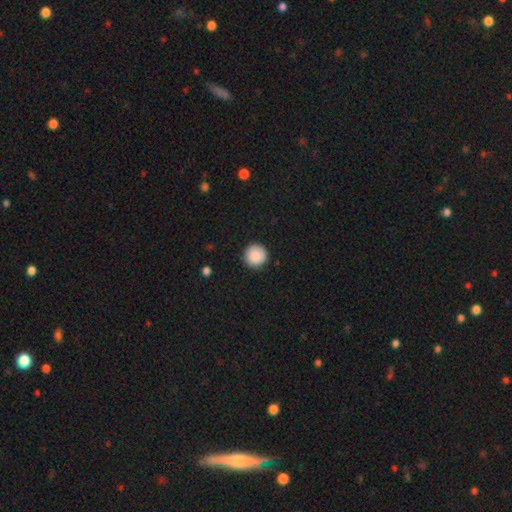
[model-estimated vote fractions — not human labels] smooth-or-featured: smooth: 89% | star or artifact: 8% | featured or disk: 3%
  how-rounded: round: 96% | in between: 3% | cigar-shaped: 1%
  merging: none: 92% | minor disturbance: 5% | major disturbance: 2% | merger: 1%